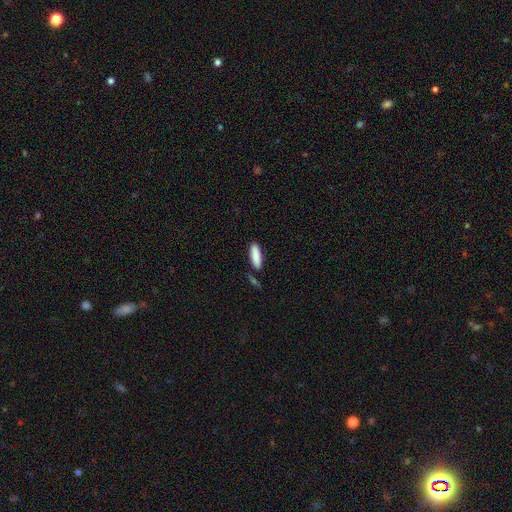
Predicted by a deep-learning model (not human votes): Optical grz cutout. It shows a smooth galaxy with no disk features (88%) that is in between round and cigar-shaped (50%). Merging: none (78%).